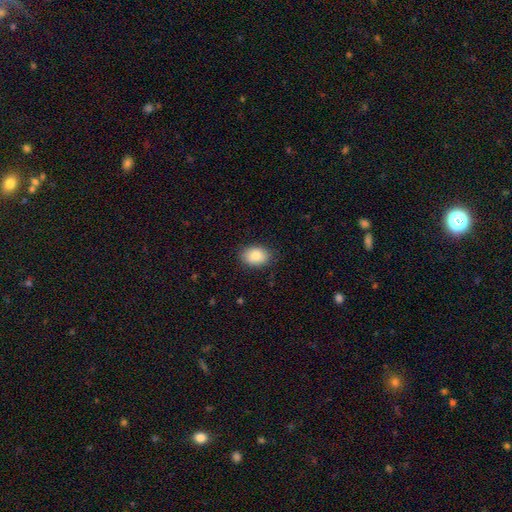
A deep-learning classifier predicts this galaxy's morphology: Q: Smooth or featured?
A: smooth (86%); runner-up: featured or disk (7%)
Q: How rounded?
A: in between (76%); runner-up: round (23%)
Q: Merging?
A: none (85%); runner-up: minor disturbance (12%)